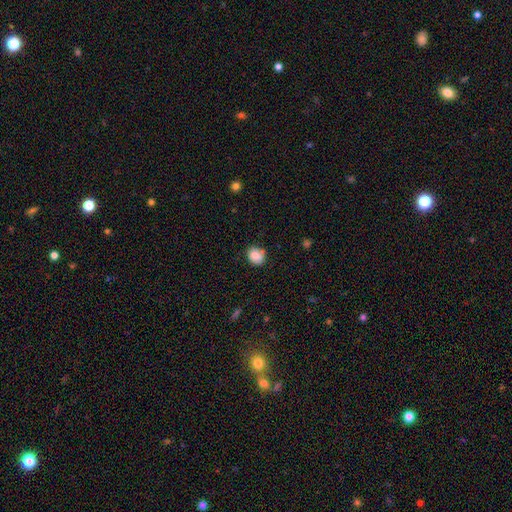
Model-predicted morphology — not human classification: The model was most divided on "how rounded": round: 53%, in between: 46%, cigar-shaped: 1%. More confident: smooth or featured — smooth (86%); merging — none (71%).